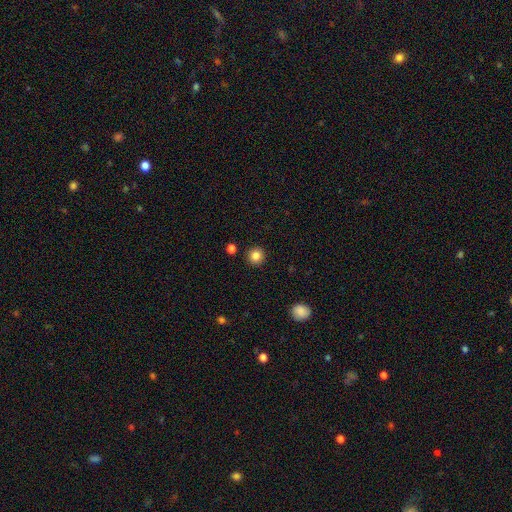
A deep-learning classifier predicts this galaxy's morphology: A smooth galaxy with no disk features (84%) that is round (95%).

Vote fractions:
- Smooth or featured? smooth: 84% / star or artifact: 11% / featured or disk: 5%
- How rounded? round: 95% / in between: 4% / cigar-shaped: 1%
- Merging? none: 92% / minor disturbance: 5% / merger: 2% / major disturbance: 2%